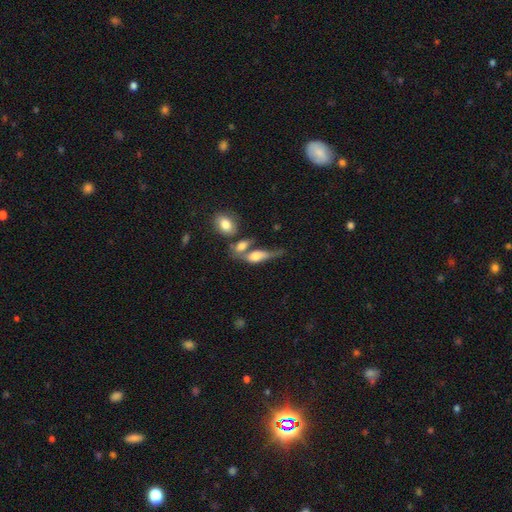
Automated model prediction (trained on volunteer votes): Smooth or featured?
  - smooth: 60% *
  - featured or disk: 31%
  - star or artifact: 9%
How rounded?
  - in between: 72% *
  - cigar-shaped: 21%
  - round: 7%
Merging?
  - merger: 42% *
  - none: 24%
  - major disturbance: 18%
  - minor disturbance: 16%